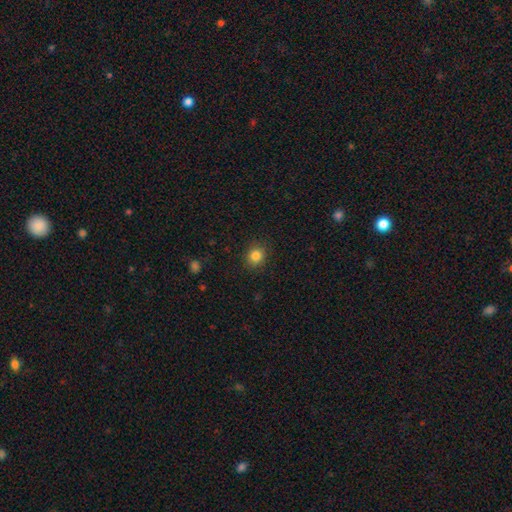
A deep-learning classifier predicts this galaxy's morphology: smooth_or_featured: smooth (p=0.84) [alt: star or artifact p=0.11]
how_rounded: round (p=0.79) [alt: in between p=0.20]
merging: none (p=0.89) [alt: minor disturbance p=0.07]